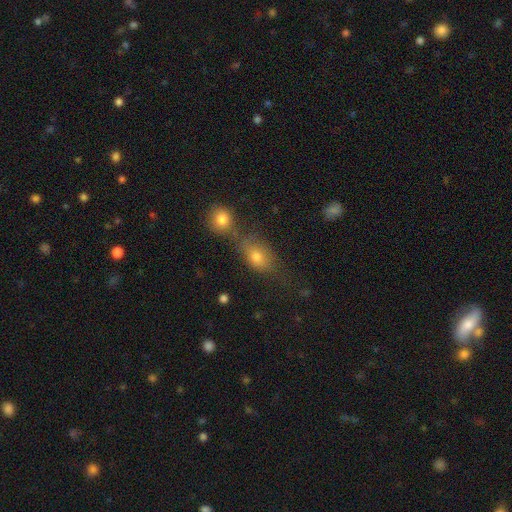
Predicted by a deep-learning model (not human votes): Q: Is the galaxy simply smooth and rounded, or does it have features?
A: smooth — 66%.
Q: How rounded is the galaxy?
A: in between — 70%.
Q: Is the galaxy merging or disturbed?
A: none — 49%.